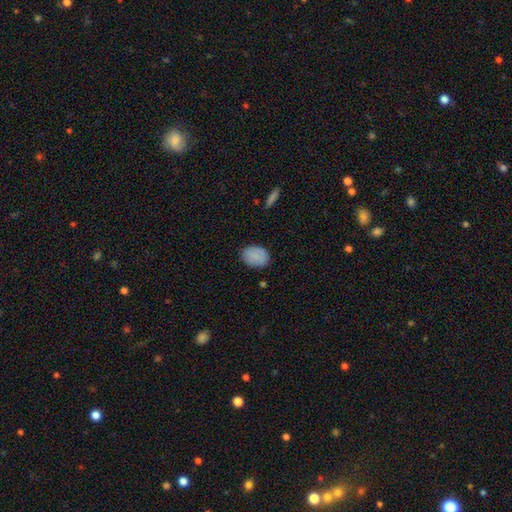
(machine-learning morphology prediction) Smooth or featured?
  - smooth: 85% *
  - featured or disk: 8%
  - star or artifact: 7%
How rounded?
  - in between: 68% *
  - round: 31%
  - cigar-shaped: 1%
Merging?
  - none: 84% *
  - minor disturbance: 12%
  - major disturbance: 3%
  - merger: 1%